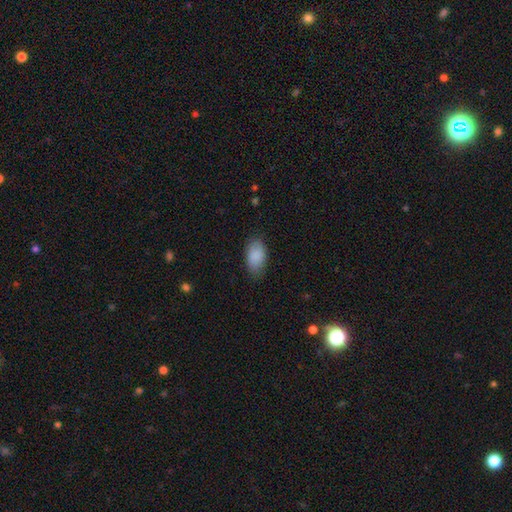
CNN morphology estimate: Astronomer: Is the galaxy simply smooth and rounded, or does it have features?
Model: smooth — 89%.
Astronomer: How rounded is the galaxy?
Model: in between — 93%.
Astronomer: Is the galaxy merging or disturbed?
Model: none — 79%.